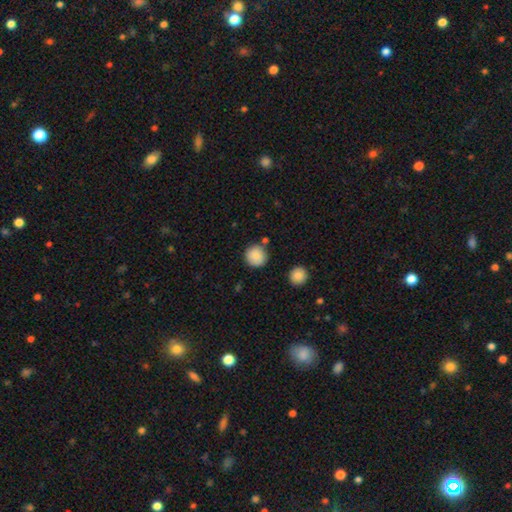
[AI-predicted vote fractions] This is clearly a smooth galaxy (88%). How rounded: clearly round (94%). Merging: clearly none (83%).